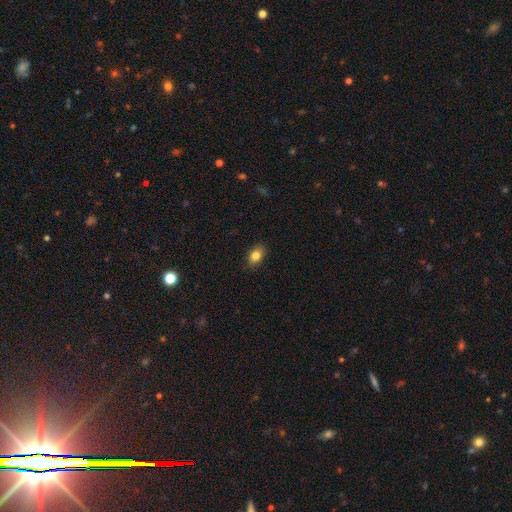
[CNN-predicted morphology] Overall: smooth (83%). How rounded: in between (80%). Merging: none (85%).